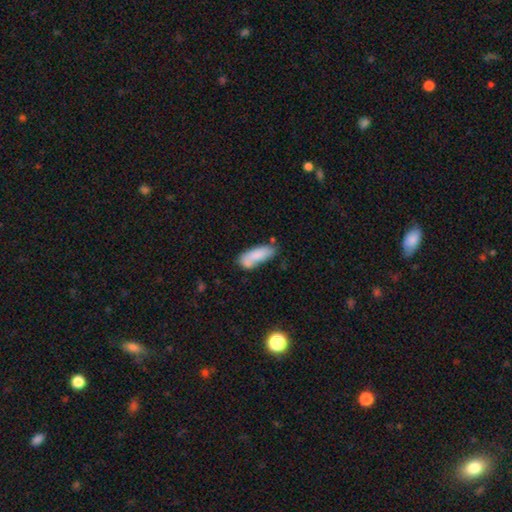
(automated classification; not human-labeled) smooth_or_featured: smooth (p=0.80) [alt: featured or disk p=0.13]
how_rounded: in between (p=0.69) [alt: cigar-shaped p=0.29]
merging: none (p=0.50) [alt: minor disturbance p=0.24]